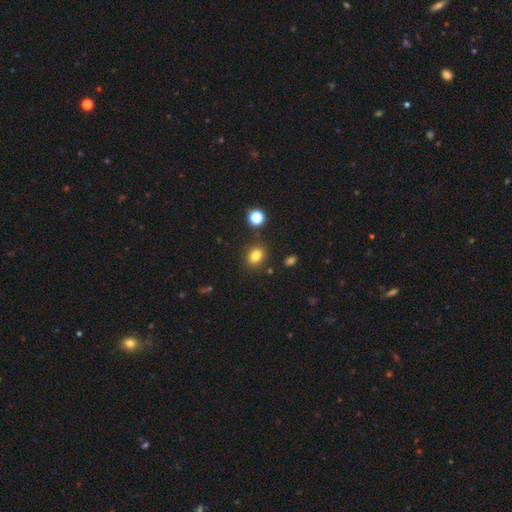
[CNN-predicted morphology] Smooth or featured: smooth — 81% (star or artifact — 13%)
How rounded: round — 51% (in between — 48%)
Merging: none — 82% (minor disturbance — 10%)